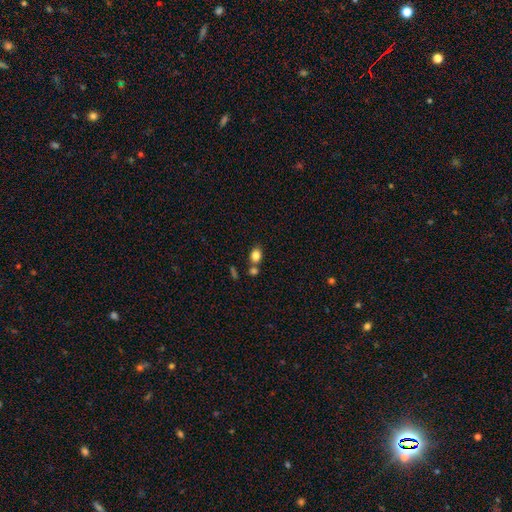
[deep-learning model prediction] This is clearly a smooth galaxy (83%). How rounded: likely in between (64%). Merging: likely none (61%).